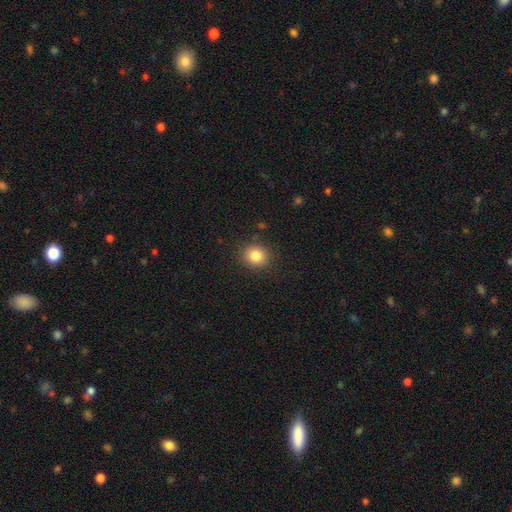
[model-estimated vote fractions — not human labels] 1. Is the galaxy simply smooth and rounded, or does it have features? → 83% smooth, 11% star or artifact, 6% featured or disk.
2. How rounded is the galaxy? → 78% round, 21% in between, 1% cigar-shaped.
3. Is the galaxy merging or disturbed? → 88% none, 8% minor disturbance, 3% major disturbance, 1% merger.